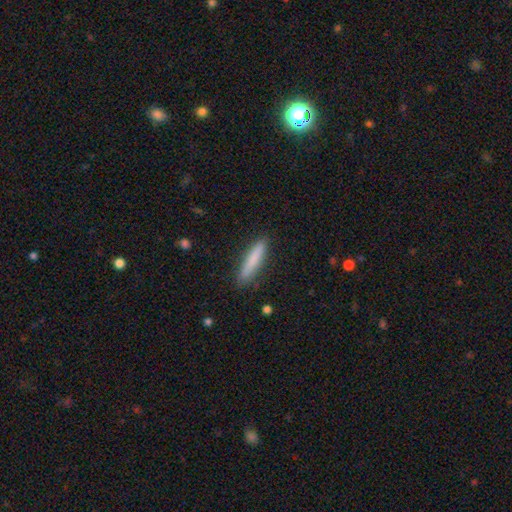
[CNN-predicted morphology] A smooth galaxy with no disk features (78%) that is cigar-shaped (90%). Merging: none (89%).